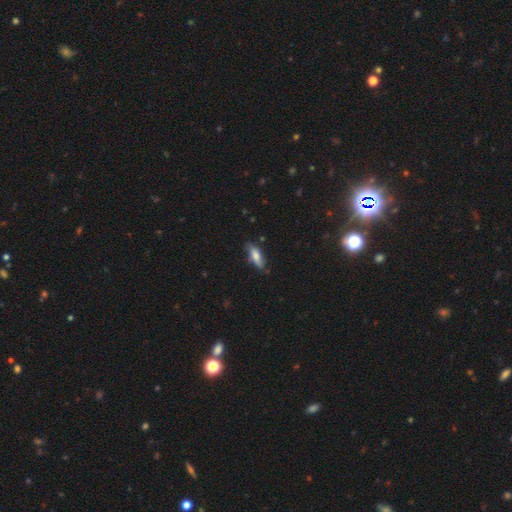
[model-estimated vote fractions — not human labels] smooth_or_featured: smooth (p=0.70) [alt: featured or disk p=0.23]
how_rounded: in between (p=0.62) [alt: cigar-shaped p=0.36]
merging: none (p=0.70) [alt: minor disturbance p=0.23]